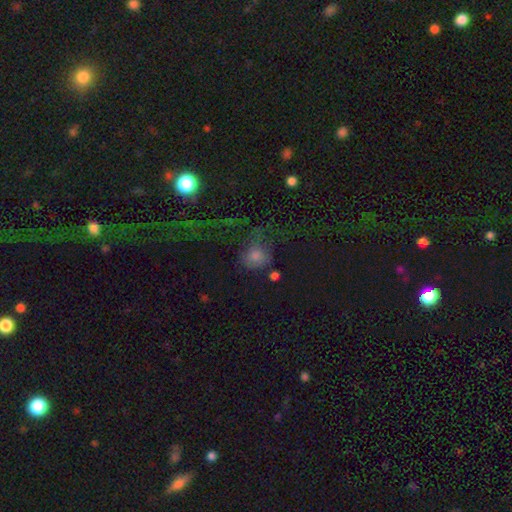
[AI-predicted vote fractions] Smooth or featured: smooth — 63% (star or artifact — 22%)
How rounded: round — 72% (in between — 26%)
Merging: none — 46% (major disturbance — 26%)